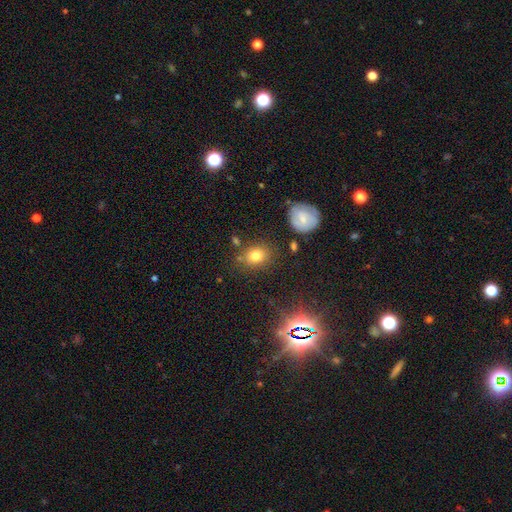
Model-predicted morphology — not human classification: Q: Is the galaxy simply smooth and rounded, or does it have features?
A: smooth — 76%.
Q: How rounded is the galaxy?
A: round — 50%.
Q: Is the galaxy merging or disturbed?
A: none — 76%.